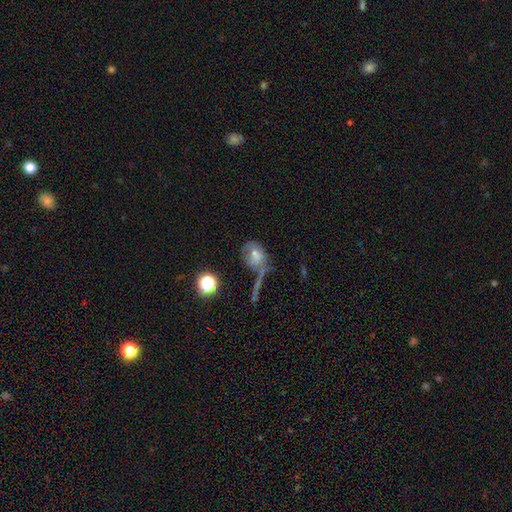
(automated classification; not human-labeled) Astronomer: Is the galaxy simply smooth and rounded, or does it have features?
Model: smooth — 58%.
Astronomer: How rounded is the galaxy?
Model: in between — 57% (runner-up: round, 40%).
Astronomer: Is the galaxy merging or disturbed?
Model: none — 35% (runner-up: merger, 28%).